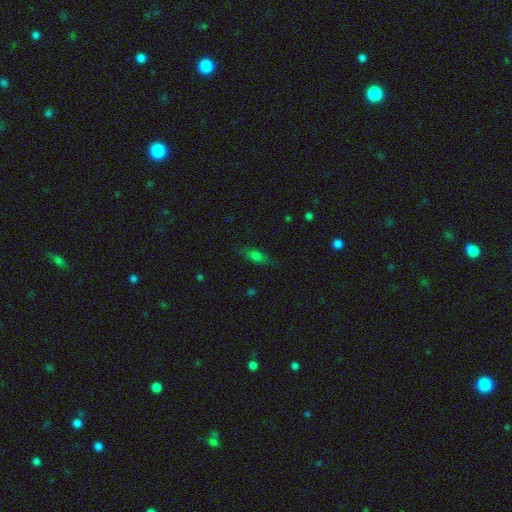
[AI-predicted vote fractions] Smooth or featured? smooth (65%)
How rounded? in between (62%)
Merging? none (78%)